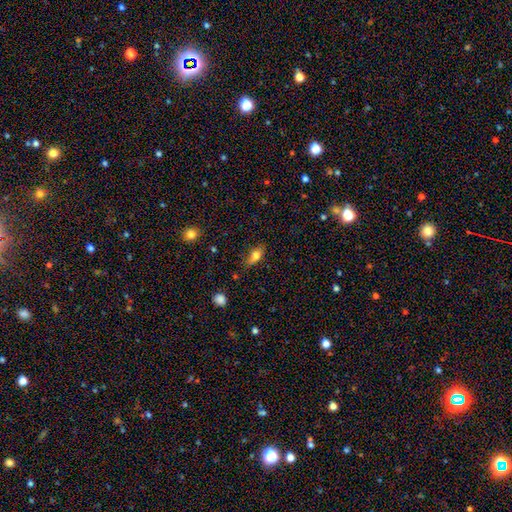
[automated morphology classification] smooth 73%, featured or disk 18%, star or artifact 10%. Down the decision tree: how rounded — in between (78%); merging — none (67%).